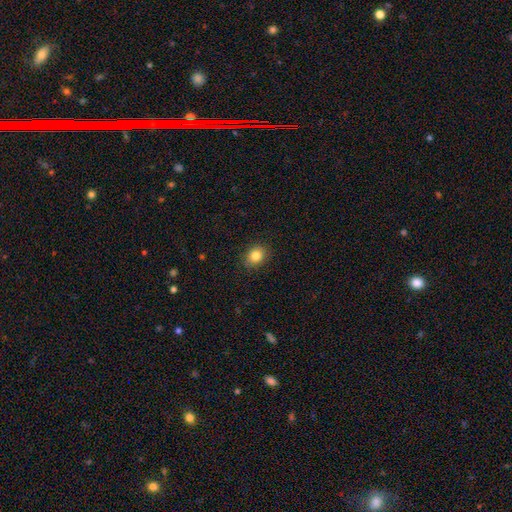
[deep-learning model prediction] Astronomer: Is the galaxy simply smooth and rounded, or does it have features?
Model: smooth — 83%.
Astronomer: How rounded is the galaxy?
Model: round — 54% (runner-up: in between, 45%).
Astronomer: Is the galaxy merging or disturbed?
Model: none — 87%.